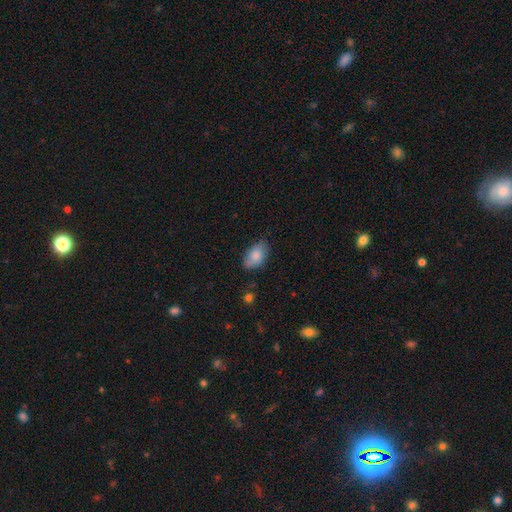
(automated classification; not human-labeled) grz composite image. It shows a smooth galaxy with no disk features (82%) that is in between round and cigar-shaped (92%). Merging: none (74%).